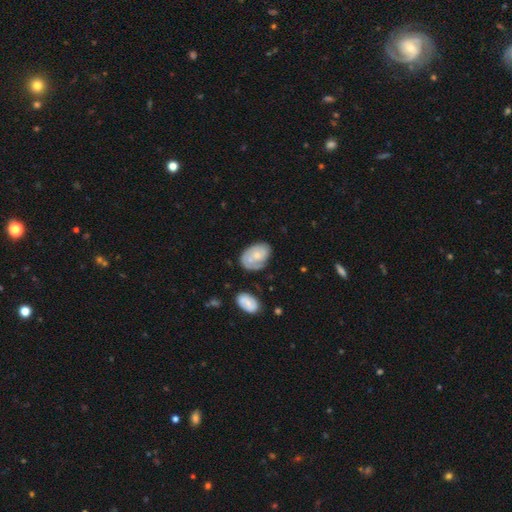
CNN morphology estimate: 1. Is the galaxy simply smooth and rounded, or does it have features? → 53% featured or disk, 41% smooth, 6% star or artifact.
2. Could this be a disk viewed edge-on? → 96% no, 4% yes.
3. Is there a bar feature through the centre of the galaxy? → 78% no, 19% weak, 3% strong.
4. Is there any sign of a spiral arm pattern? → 71% yes, 29% no.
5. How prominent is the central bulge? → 51% small, 39% moderate, 6% none, 3% large, 1% dominant.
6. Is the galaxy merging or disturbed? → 60% none, 25% minor disturbance, 9% major disturbance, 5% merger.